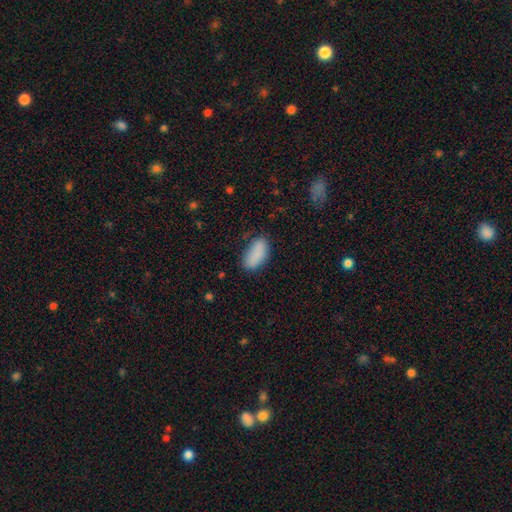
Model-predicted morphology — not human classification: Smooth or featured?
  - smooth: 87% *
  - star or artifact: 7%
  - featured or disk: 5%
How rounded?
  - in between: 92% *
  - cigar-shaped: 6%
  - round: 3%
Merging?
  - none: 75% *
  - minor disturbance: 19%
  - major disturbance: 5%
  - merger: 2%